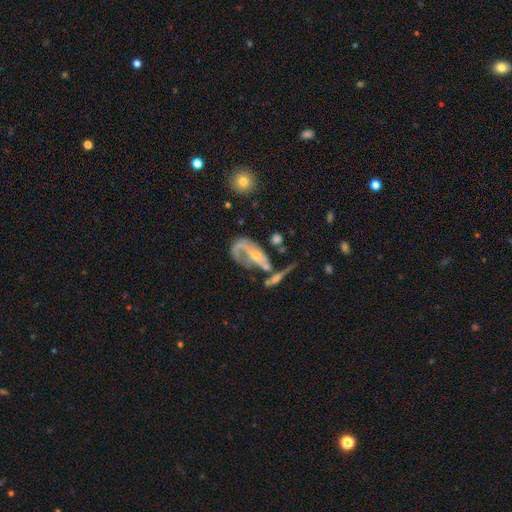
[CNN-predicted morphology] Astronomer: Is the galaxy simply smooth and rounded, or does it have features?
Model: featured or disk — 74%.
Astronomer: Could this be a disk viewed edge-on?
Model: no — 91%.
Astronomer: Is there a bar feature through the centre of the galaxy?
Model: no — 58%.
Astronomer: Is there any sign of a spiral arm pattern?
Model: yes — 74%.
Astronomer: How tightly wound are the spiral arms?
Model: loose — 44% (runner-up: medium, 35%).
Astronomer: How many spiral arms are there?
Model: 1 — 42% (runner-up: 2, 40%).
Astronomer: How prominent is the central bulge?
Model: small — 59%.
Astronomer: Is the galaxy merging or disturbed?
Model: major disturbance — 33% (runner-up: merger, 27%).